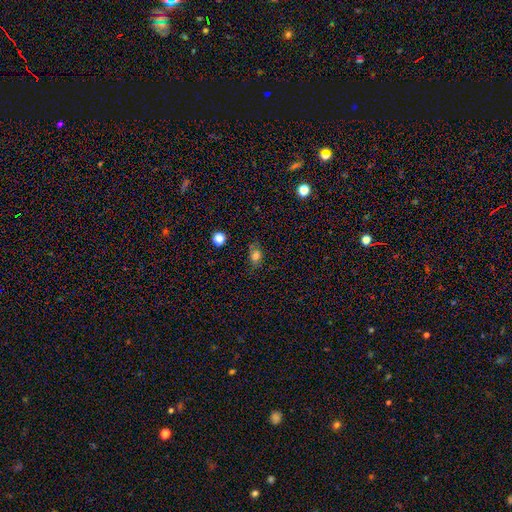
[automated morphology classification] A smooth galaxy with no disk features (76%) that is in between round and cigar-shaped (66%). Merging: none (70%).